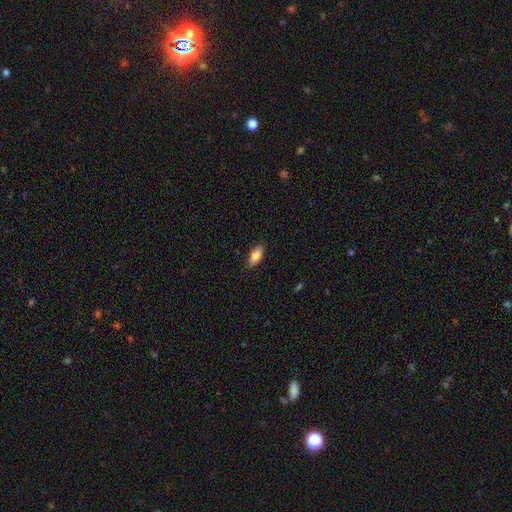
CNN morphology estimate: smooth-or-featured: smooth: 82% | featured or disk: 11% | star or artifact: 7%
  how-rounded: in between: 85% | cigar-shaped: 12% | round: 3%
  merging: none: 87% | minor disturbance: 10% | major disturbance: 2% | merger: 1%